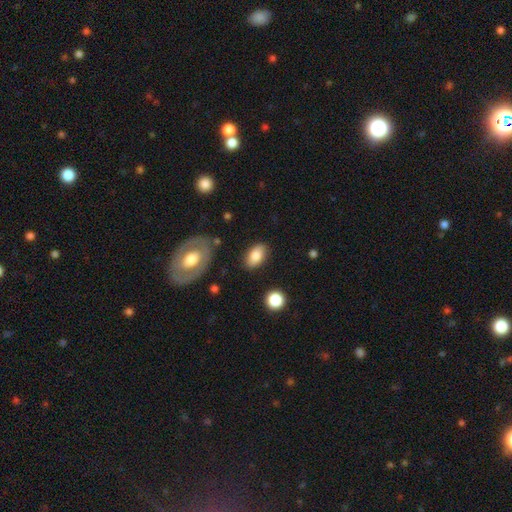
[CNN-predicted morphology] The model was most divided on "smooth or featured": smooth: 80%, featured or disk: 13%, star or artifact: 7%. More confident: how rounded — in between (92%); merging — none (83%).